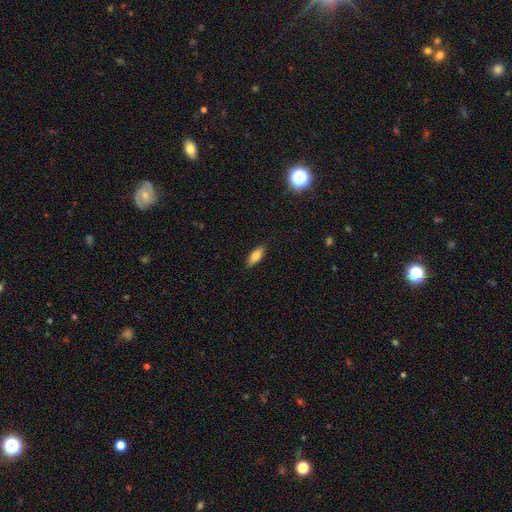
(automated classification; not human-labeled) smooth_or_featured: smooth (p=0.79) [alt: featured or disk p=0.14]
how_rounded: in between (p=0.77) [alt: cigar-shaped p=0.21]
merging: none (p=0.88) [alt: minor disturbance p=0.09]